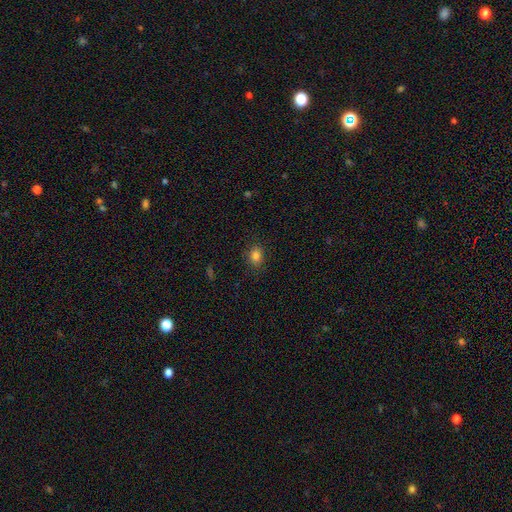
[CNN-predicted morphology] Smooth or featured? smooth (82%)
How rounded? in between (57%)
Merging? none (86%)